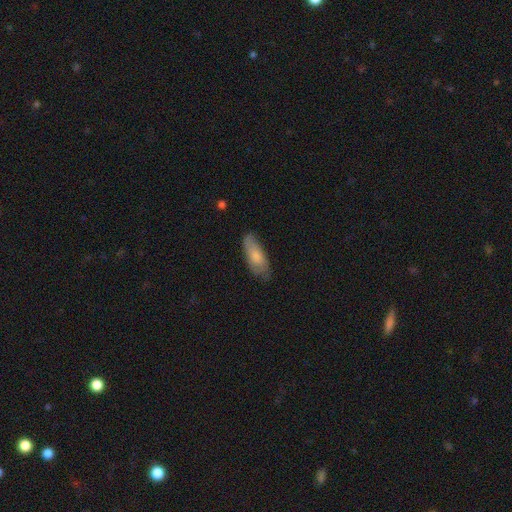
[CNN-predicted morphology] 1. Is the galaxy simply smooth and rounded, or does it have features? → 62% smooth, 32% featured or disk, 6% star or artifact.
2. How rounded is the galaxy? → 75% in between, 23% cigar-shaped, 2% round.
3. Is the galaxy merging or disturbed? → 68% none, 25% minor disturbance, 6% major disturbance, 1% merger.